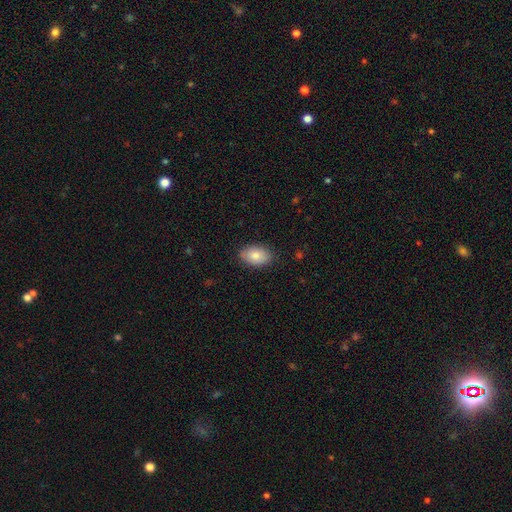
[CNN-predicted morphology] A smooth galaxy with no disk features (82%) that is in between round and cigar-shaped (90%). Merging: none (85%).